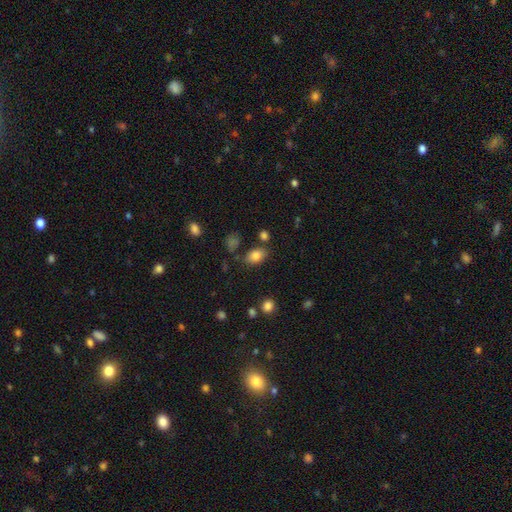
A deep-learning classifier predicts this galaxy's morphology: Overall: smooth (82%). How rounded: in between (84%). Merging: none (77%).